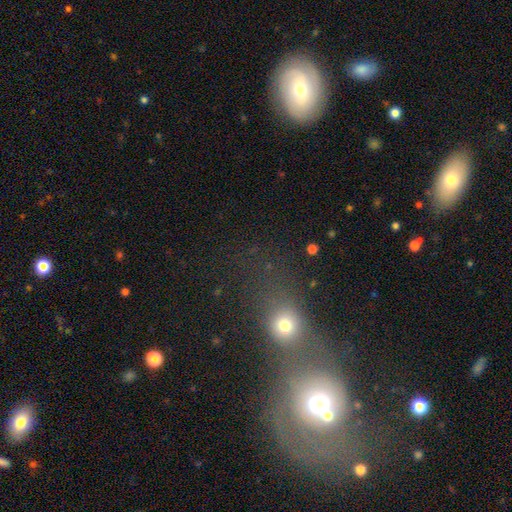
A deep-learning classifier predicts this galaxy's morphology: Q: Smooth or featured?
A: smooth (52%); runner-up: star or artifact (28%)
Q: How rounded?
A: round (65%); runner-up: in between (31%)
Q: Merging?
A: merger (45%); runner-up: none (36%)